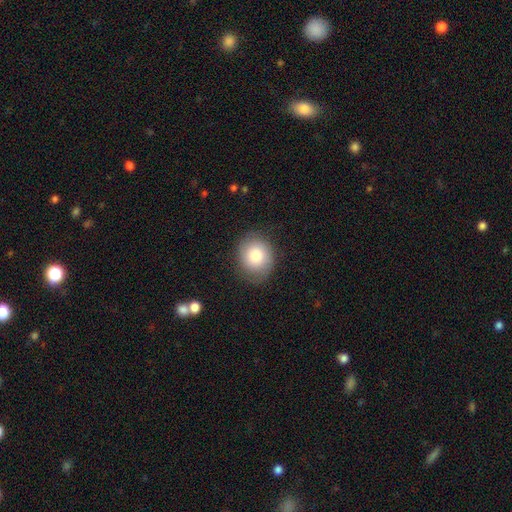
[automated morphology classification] Q: Smooth or featured?
A: smooth (78%); runner-up: featured or disk (14%)
Q: How rounded?
A: round (72%); runner-up: in between (27%)
Q: Merging?
A: none (81%); runner-up: minor disturbance (14%)